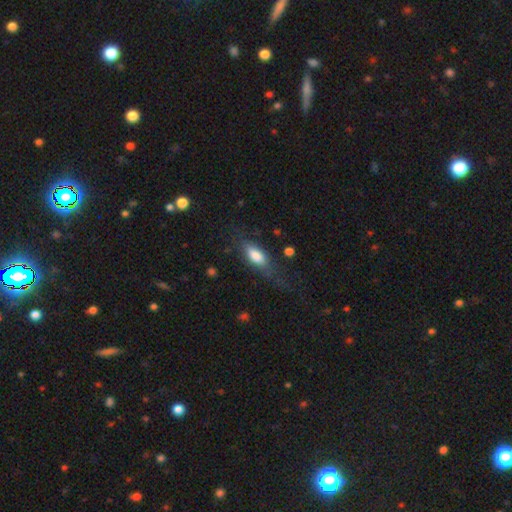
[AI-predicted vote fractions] Smooth or featured? smooth (74%)
How rounded? in between (75%)
Merging? none (58%)